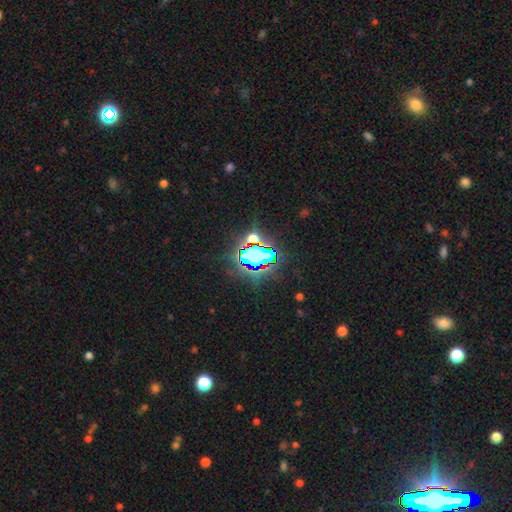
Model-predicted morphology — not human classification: Smooth or featured?
  - star or artifact: 68% *
  - smooth: 20%
  - featured or disk: 12%